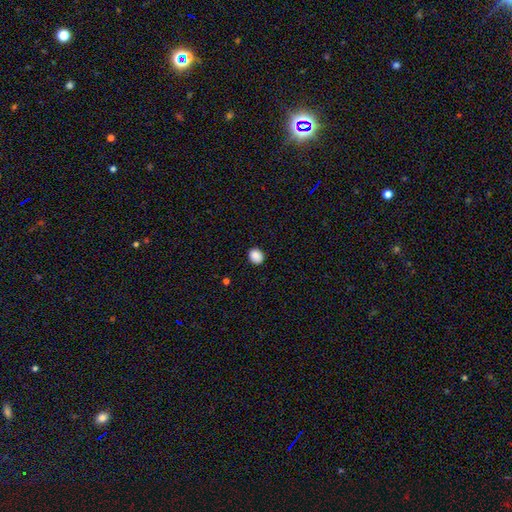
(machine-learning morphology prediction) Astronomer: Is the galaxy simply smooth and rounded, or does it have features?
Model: smooth — 88%.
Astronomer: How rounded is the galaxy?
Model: round — 62%.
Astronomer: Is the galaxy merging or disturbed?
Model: none — 89%.